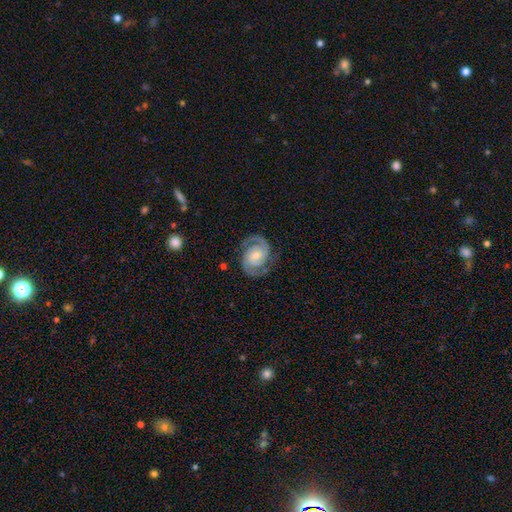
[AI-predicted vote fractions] Overall: featured or disk (91%). Edge-on disk: no (98%). Bar: no (59%; weak 31%). Spiral arms: yes (98%). Spiral arm count: 2 (93%). Spiral winding: tight (51%; medium 42%). Bulge size: small (52%; moderate 42%). Merging: none (82%).